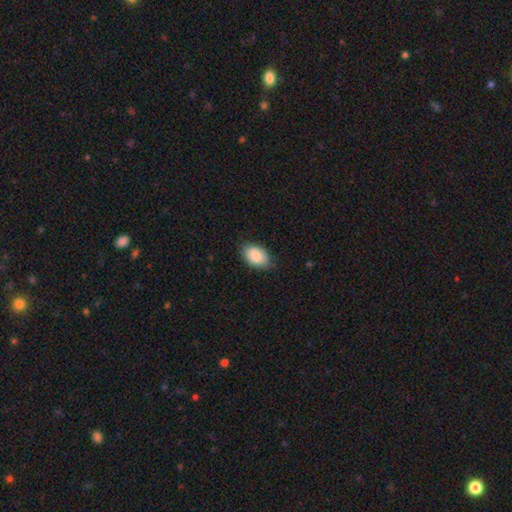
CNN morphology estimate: Smooth or featured?
  - smooth: 87% *
  - star or artifact: 6%
  - featured or disk: 6%
How rounded?
  - in between: 90% *
  - round: 8%
  - cigar-shaped: 1%
Merging?
  - none: 80% *
  - minor disturbance: 16%
  - major disturbance: 3%
  - merger: 1%